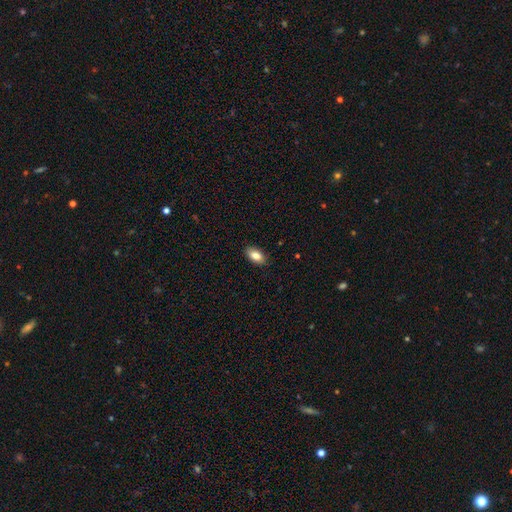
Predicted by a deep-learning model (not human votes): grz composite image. It shows a smooth galaxy with no disk features (84%) that is in between round and cigar-shaped (92%). Merging: none (88%).